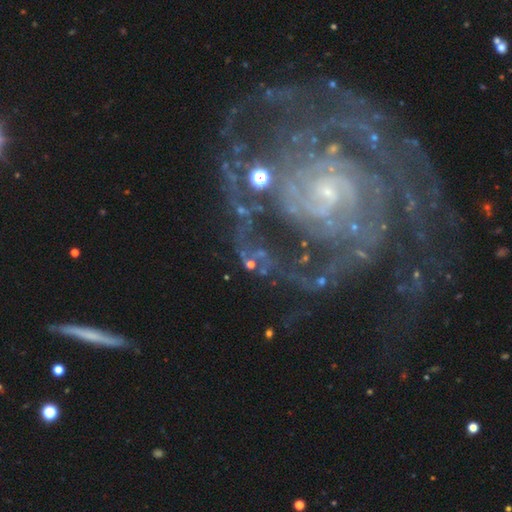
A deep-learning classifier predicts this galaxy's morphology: Smooth or featured: featured or disk — 87% (star or artifact — 8%)
Edge-on disk: no — 97% (yes — 3%)
Bar: no — 56% (weak — 29%)
Spiral arms: yes — 97% (no — 3%)
Spiral winding: tight — 61% (medium — 30%)
Spiral arm count: 2 — 34% (can't tell — 19%)
Bulge size: small — 82% (moderate — 11%)
Merging: none — 58% (major disturbance — 20%)